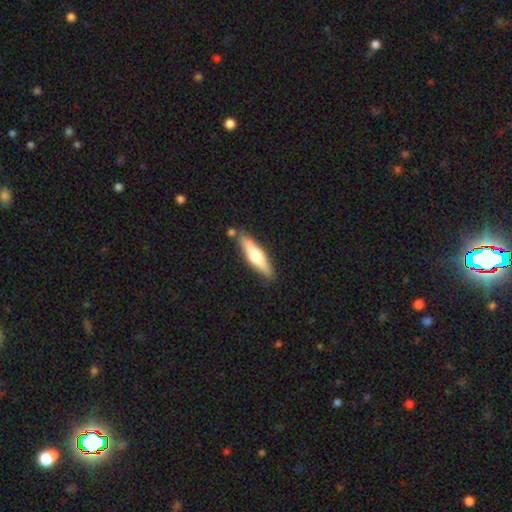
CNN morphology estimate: Smooth or featured: smooth — 51% (featured or disk — 44%)
How rounded: cigar-shaped — 75% (in between — 23%)
Merging: none — 79% (minor disturbance — 12%)